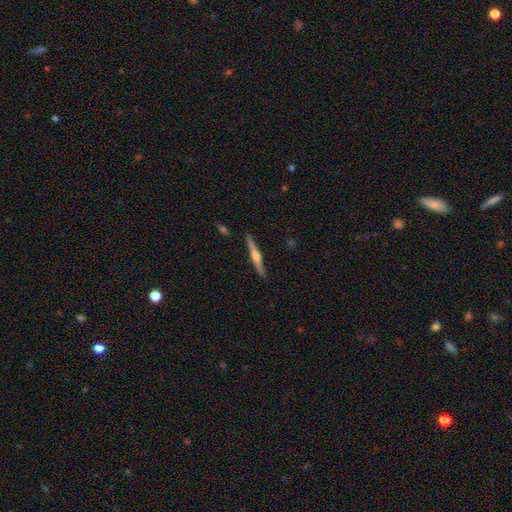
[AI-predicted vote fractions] Morphology: type=featured or disk (73%); edge-on=yes (98%); edge-on bulge=rounded (91%); merging=none (91%).